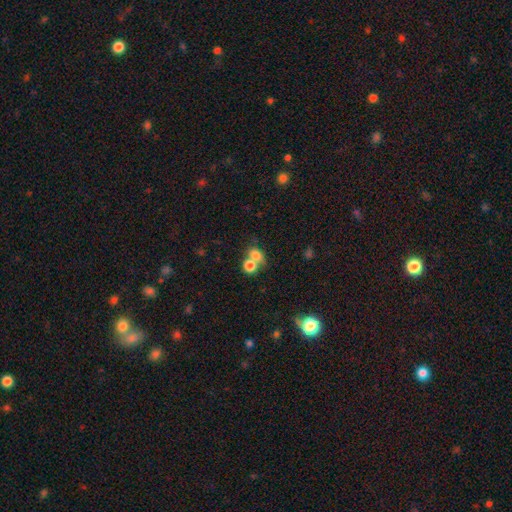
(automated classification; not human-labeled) Smooth or featured? Predicted: smooth (p=0.76). How rounded? Predicted: round (p=0.54). Merging? Predicted: merger (p=0.53).